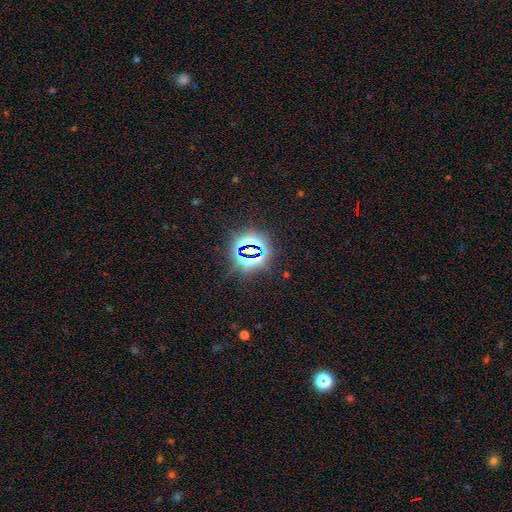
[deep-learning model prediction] star or artifact 79%, smooth 13%, featured or disk 9%.